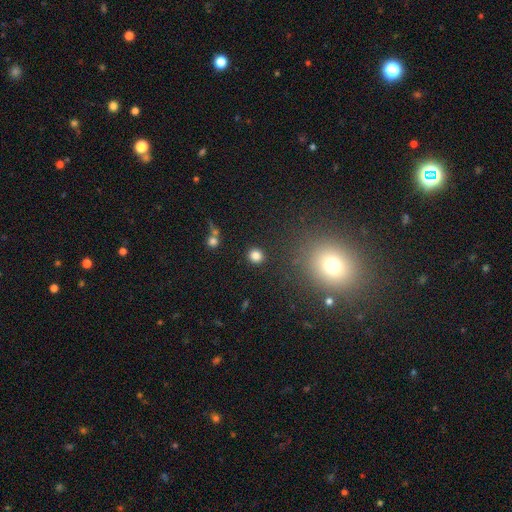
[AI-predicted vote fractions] This appears to be a smooth galaxy with no disk features (83%) that is round (87%). Merging: none (89%).